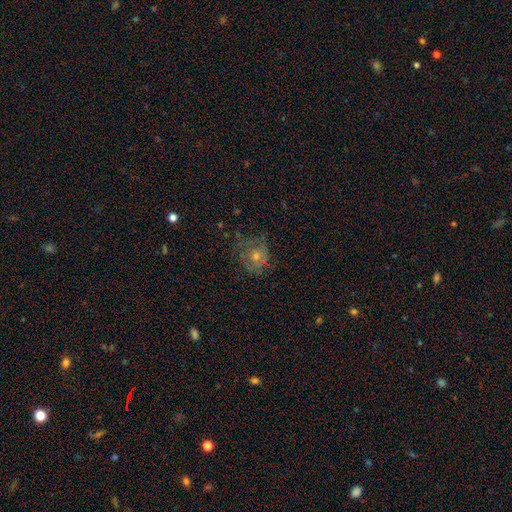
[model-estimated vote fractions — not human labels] smooth_or_featured: smooth (p=0.46) [alt: featured or disk p=0.40]
merging: none (p=0.57) [alt: minor disturbance p=0.24]